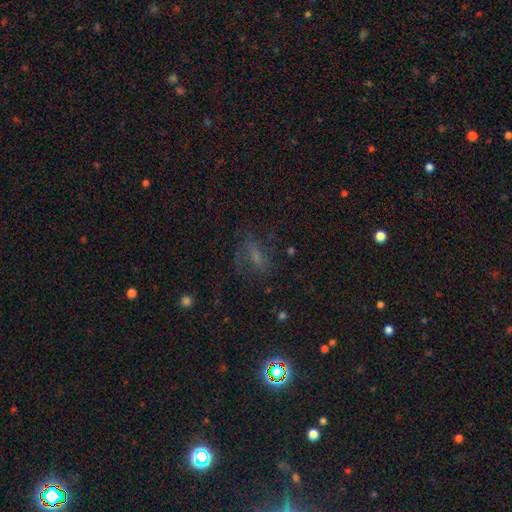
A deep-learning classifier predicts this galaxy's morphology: smooth 36%, featured or disk 34%, star or artifact 30%. Down the decision tree: merging — none (59%).